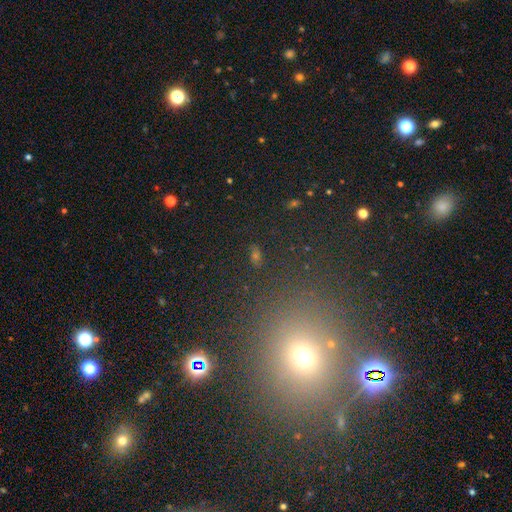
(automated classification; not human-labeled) Smooth or featured?
  - smooth: 49% *
  - star or artifact: 37%
  - featured or disk: 14%
Merging?
  - none: 76% *
  - minor disturbance: 12%
  - major disturbance: 6%
  - merger: 6%